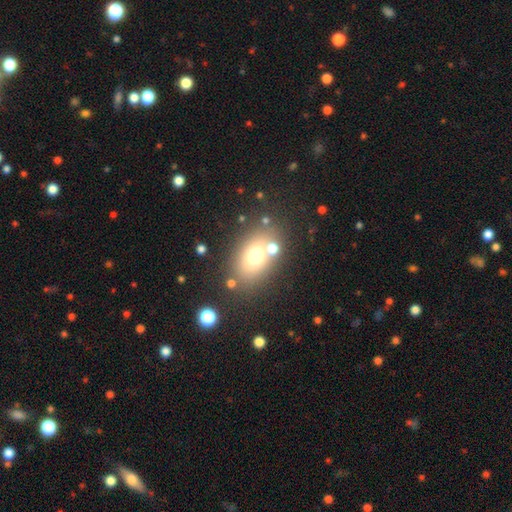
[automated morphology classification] Overall: smooth (66%). How rounded: in between (68%; round 30%). Merging: none (70%).